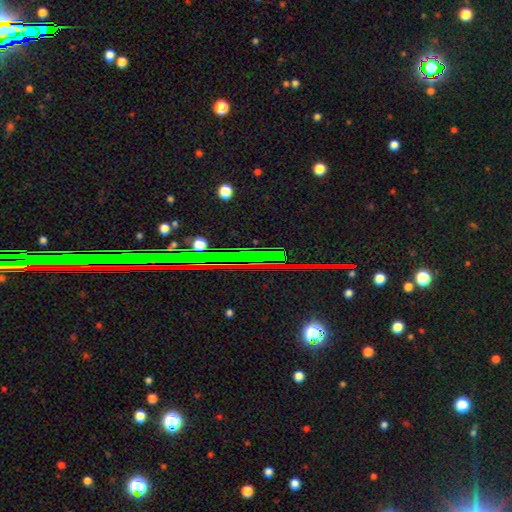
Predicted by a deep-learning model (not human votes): Q: Smooth or featured?
A: star or artifact (81%); runner-up: featured or disk (10%)